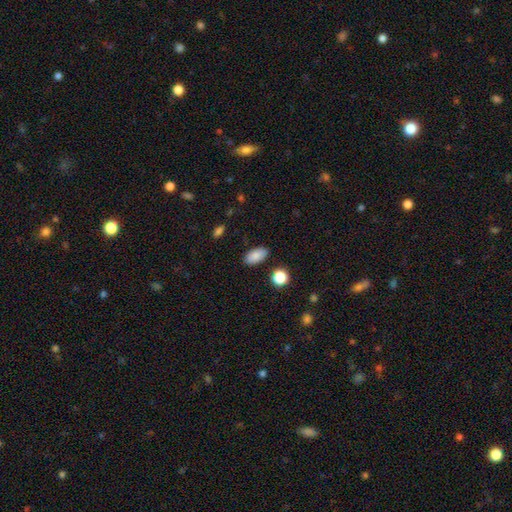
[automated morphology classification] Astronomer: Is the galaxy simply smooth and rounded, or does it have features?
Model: smooth — 86%.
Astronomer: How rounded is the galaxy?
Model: in between — 92%.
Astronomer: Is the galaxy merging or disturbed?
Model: none — 87%.